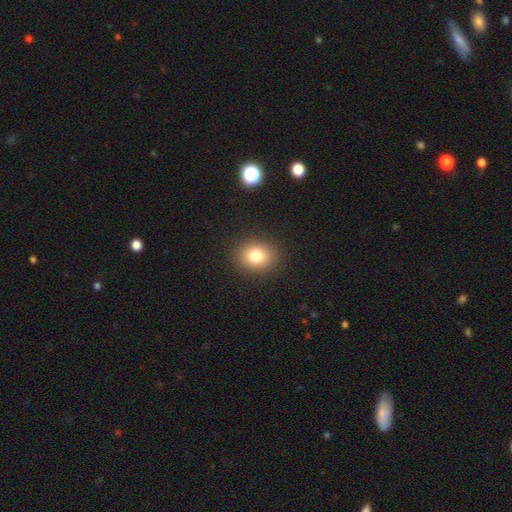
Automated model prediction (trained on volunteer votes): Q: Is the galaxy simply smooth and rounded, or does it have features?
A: smooth — 79%.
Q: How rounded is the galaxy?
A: round — 64%.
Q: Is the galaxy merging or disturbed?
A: none — 90%.